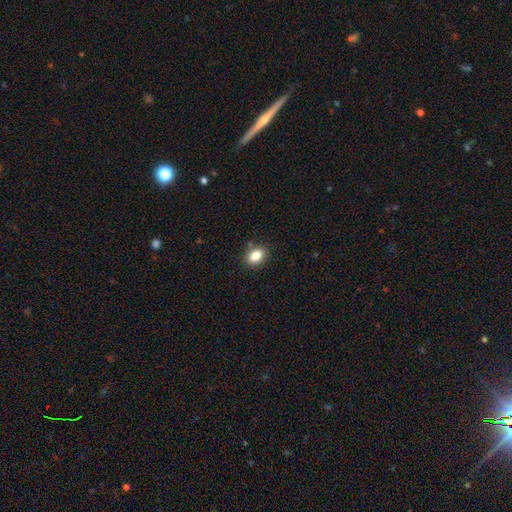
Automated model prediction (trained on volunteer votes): A smooth galaxy with no disk features (85%) that is in between round and cigar-shaped (76%).

Vote fractions:
- Smooth or featured? smooth: 85% / star or artifact: 9% / featured or disk: 6%
- How rounded? in between: 76% / round: 23% / cigar-shaped: 2%
- Merging? none: 84% / minor disturbance: 11% / merger: 3% / major disturbance: 2%